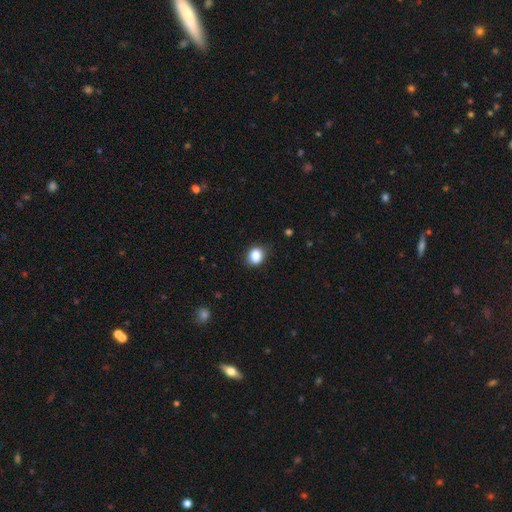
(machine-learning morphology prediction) Smooth or featured: smooth — 86% (star or artifact — 10%)
How rounded: round — 65% (in between — 34%)
Merging: none — 82% (minor disturbance — 14%)